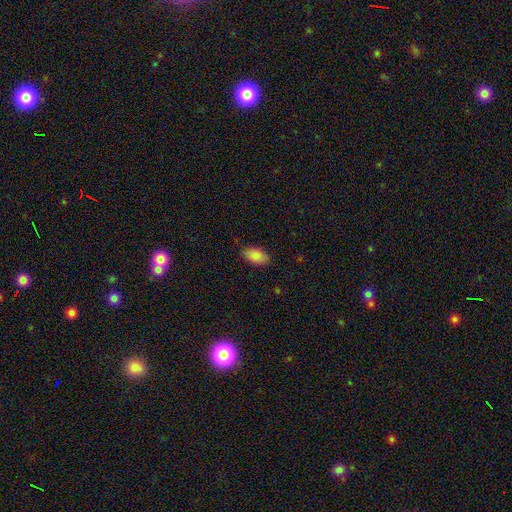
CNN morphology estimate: smooth_or_featured: smooth (p=0.89) [alt: star or artifact p=0.07]
how_rounded: in between (p=0.93) [alt: round p=0.05]
merging: none (p=0.85) [alt: minor disturbance p=0.12]